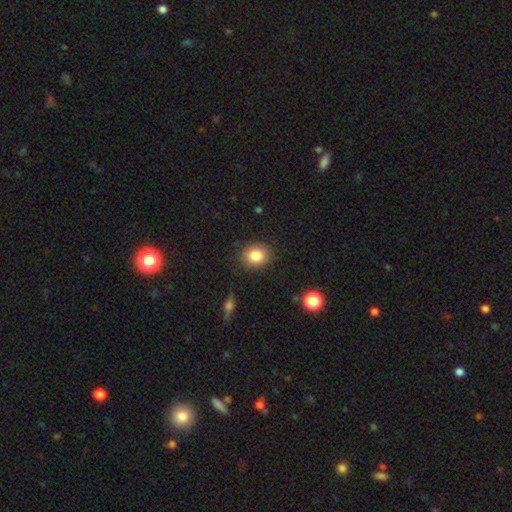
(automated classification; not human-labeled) A smooth galaxy with no disk features (84%) that is round (60%). Merging: none (86%).